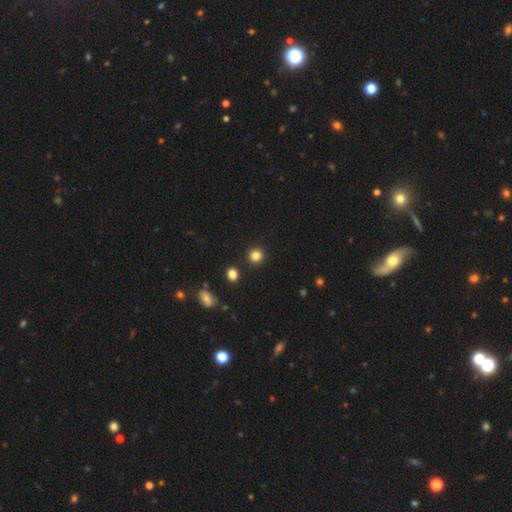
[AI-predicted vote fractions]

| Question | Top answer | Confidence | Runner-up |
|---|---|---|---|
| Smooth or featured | smooth | 84% | star or artifact (12%) |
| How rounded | round | 92% | in between (7%) |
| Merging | none | 91% | minor disturbance (5%) |